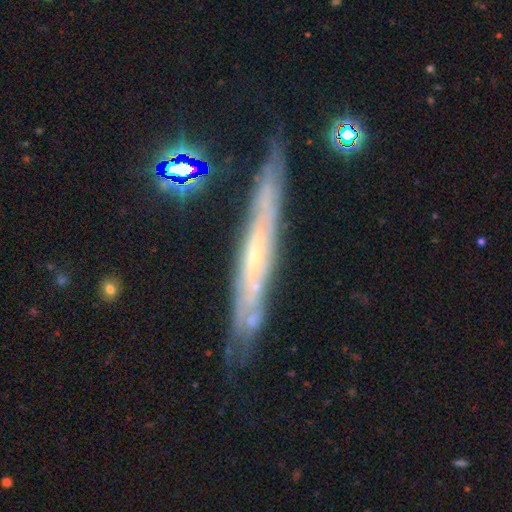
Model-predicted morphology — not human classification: This appears to be a featured or disk galaxy (73%) viewed edge-on (73%) with no central bulge (66%). Merging: none (78%).